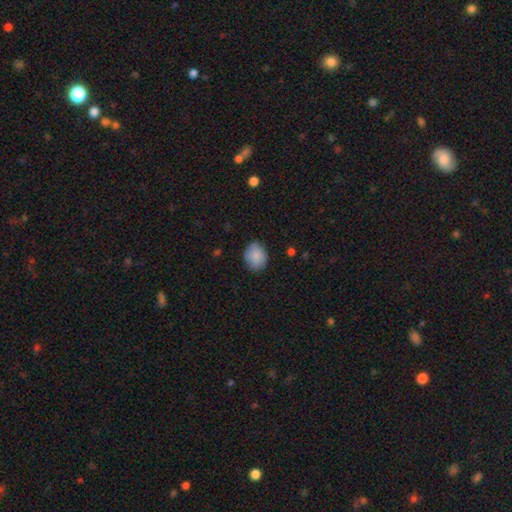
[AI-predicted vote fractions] Smooth or featured? Predicted: smooth (p=0.87). How rounded? Predicted: in between (p=0.50). Merging? Predicted: none (p=0.80).